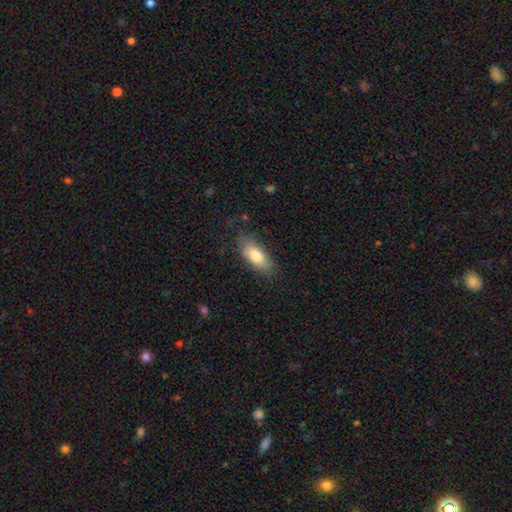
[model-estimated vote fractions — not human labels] The model was most divided on "merging": none: 74%, minor disturbance: 19%, major disturbance: 6%, merger: 1%. More confident: how rounded — in between (80%); smooth or featured — smooth (79%).